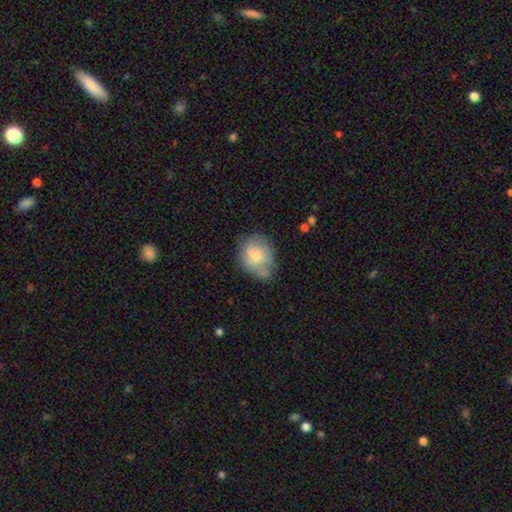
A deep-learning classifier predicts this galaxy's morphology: A smooth galaxy with no disk features (65%) that is round (54%).

Vote fractions:
- Smooth or featured? smooth: 65% / featured or disk: 28% / star or artifact: 7%
- How rounded? round: 54% / in between: 45% / cigar-shaped: 1%
- Merging? none: 48% / minor disturbance: 33% / major disturbance: 12% / merger: 8%